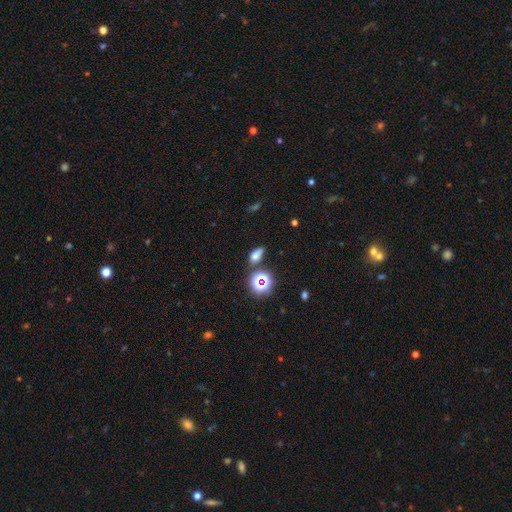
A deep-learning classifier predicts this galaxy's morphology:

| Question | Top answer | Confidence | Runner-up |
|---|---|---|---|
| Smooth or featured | smooth | 65% | star or artifact (24%) |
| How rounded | in between | 74% | round (18%) |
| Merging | none | 71% | minor disturbance (16%) |